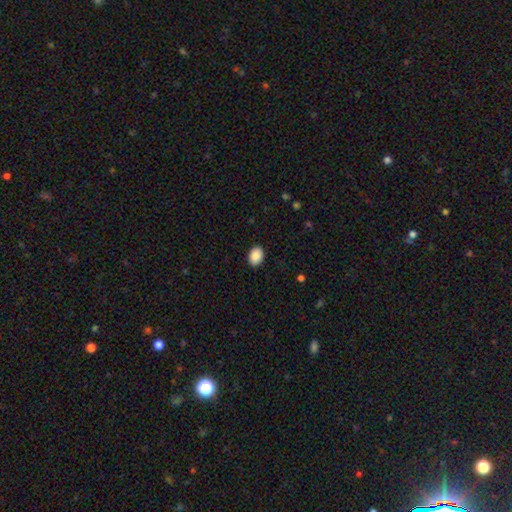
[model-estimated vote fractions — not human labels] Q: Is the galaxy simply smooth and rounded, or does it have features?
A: smooth — 90%.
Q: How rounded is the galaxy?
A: in between — 80%.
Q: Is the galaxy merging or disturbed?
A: none — 89%.